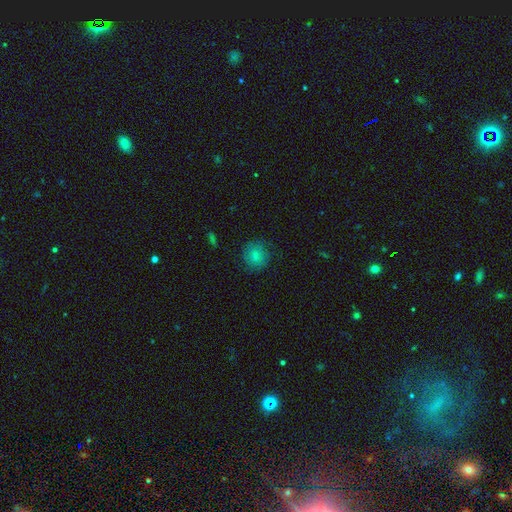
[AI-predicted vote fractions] Smooth or featured? smooth (66%)
How rounded? round (93%)
Merging? none (84%)